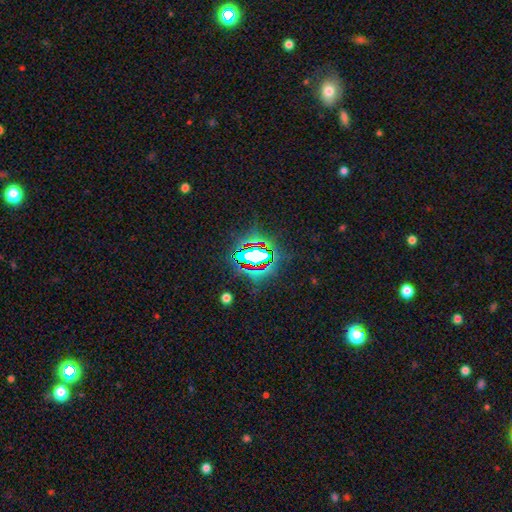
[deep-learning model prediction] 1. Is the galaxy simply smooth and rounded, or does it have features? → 72% star or artifact, 16% smooth, 12% featured or disk.